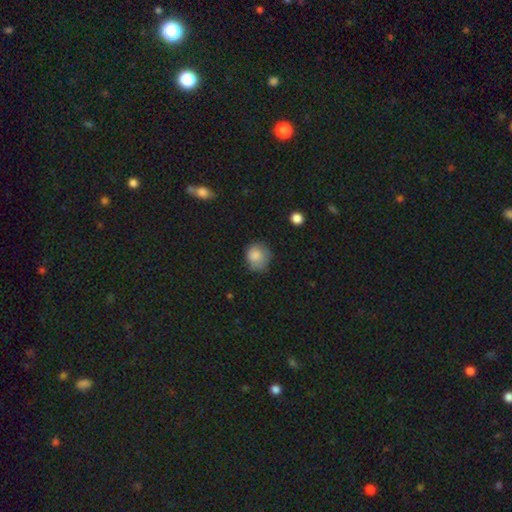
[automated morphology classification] This is clearly a smooth galaxy (84%). How rounded: likely round (75%). Merging: possibly none (58%).